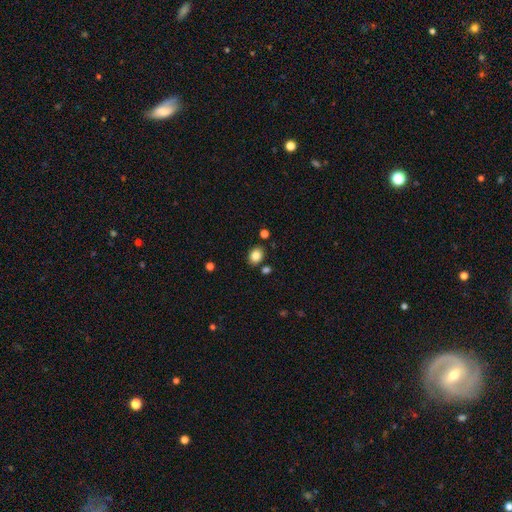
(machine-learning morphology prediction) smooth-or-featured: smooth: 84% | star or artifact: 10% | featured or disk: 6%
  how-rounded: in between: 57% | round: 42% | cigar-shaped: 1%
  merging: none: 82% | minor disturbance: 10% | merger: 5% | major disturbance: 3%